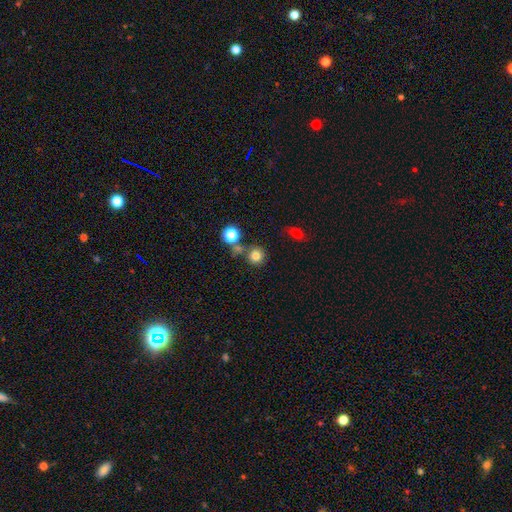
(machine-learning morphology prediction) Q: Smooth or featured?
A: smooth (81%); runner-up: star or artifact (13%)
Q: How rounded?
A: round (92%); runner-up: in between (7%)
Q: Merging?
A: none (73%); runner-up: merger (15%)